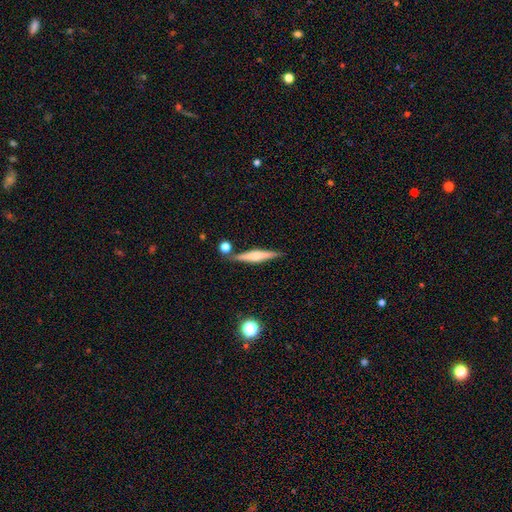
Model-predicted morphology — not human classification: type=featured or disk (61%); edge-on=yes (97%); edge-on bulge=rounded (68%); merging=none (81%).